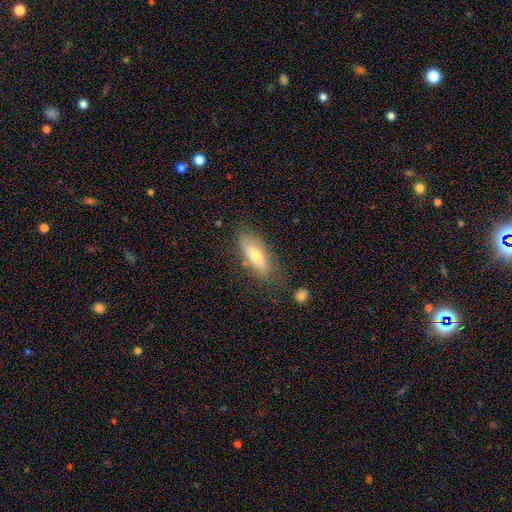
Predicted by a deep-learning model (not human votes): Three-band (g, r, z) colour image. It shows a smooth galaxy with no disk features (58%) that is in between round and cigar-shaped (62%). Merging: none (76%).